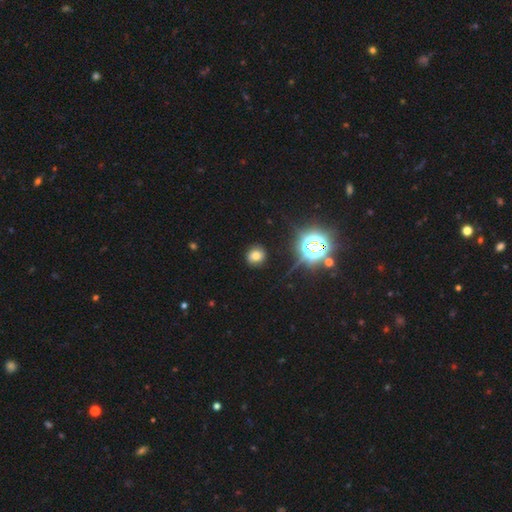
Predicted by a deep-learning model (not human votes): Smooth or featured? smooth (68%)
How rounded? round (81%)
Merging? none (86%)